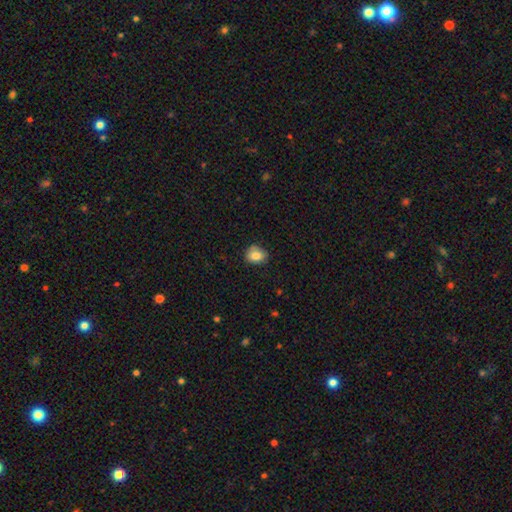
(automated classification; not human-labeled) Smooth or featured? smooth (82%)
How rounded? round (55%)
Merging? none (71%)